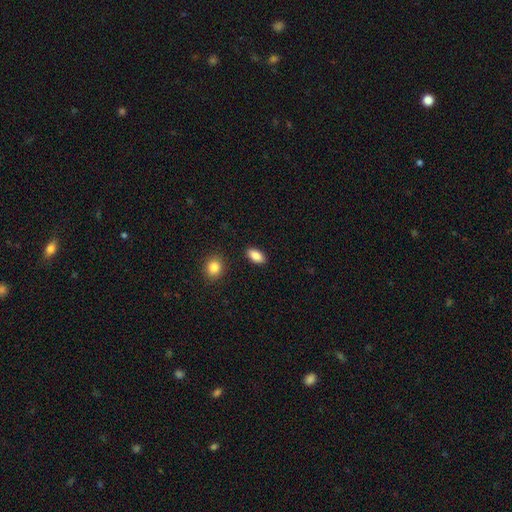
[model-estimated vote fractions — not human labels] smooth_or_featured: smooth (p=0.87) [alt: star or artifact p=0.07]
how_rounded: in between (p=0.91) [alt: round p=0.04]
merging: none (p=0.89) [alt: minor disturbance p=0.07]